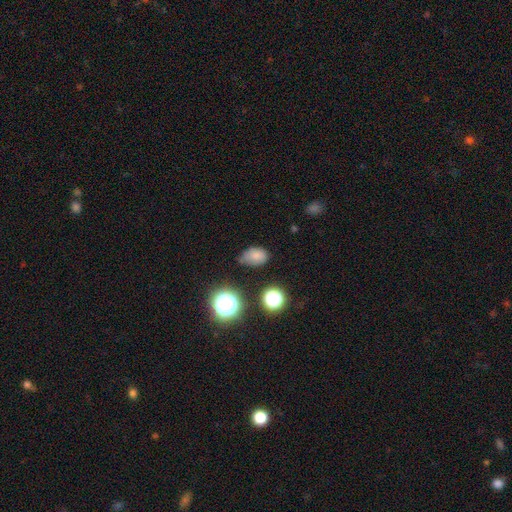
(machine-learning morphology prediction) Smooth or featured?
  - smooth: 74% *
  - star or artifact: 16%
  - featured or disk: 10%
How rounded?
  - in between: 77% *
  - round: 22%
  - cigar-shaped: 1%
Merging?
  - none: 51% *
  - minor disturbance: 35%
  - major disturbance: 11%
  - merger: 3%